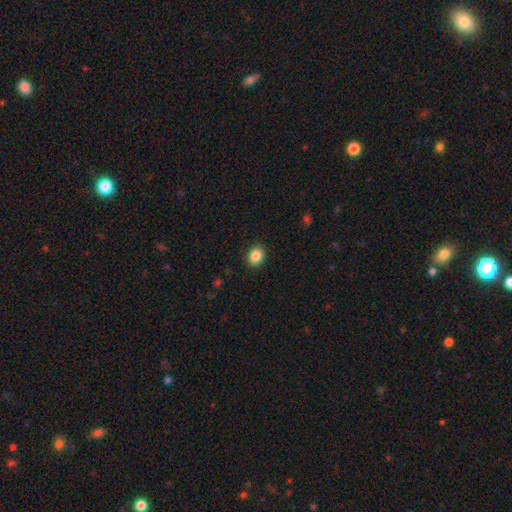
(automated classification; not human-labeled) smooth-or-featured: smooth: 87% | star or artifact: 9% | featured or disk: 4%
  how-rounded: round: 55% | in between: 44% | cigar-shaped: 1%
  merging: none: 90% | minor disturbance: 7% | major disturbance: 2% | merger: 1%